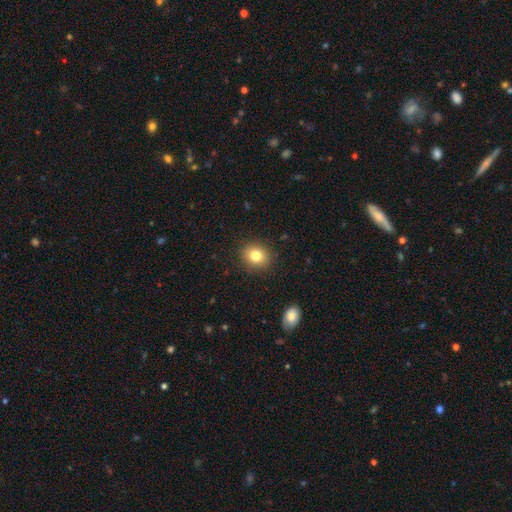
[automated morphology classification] smooth 81%, star or artifact 11%, featured or disk 9%. Down the decision tree: how rounded — round (69%); merging — none (89%).